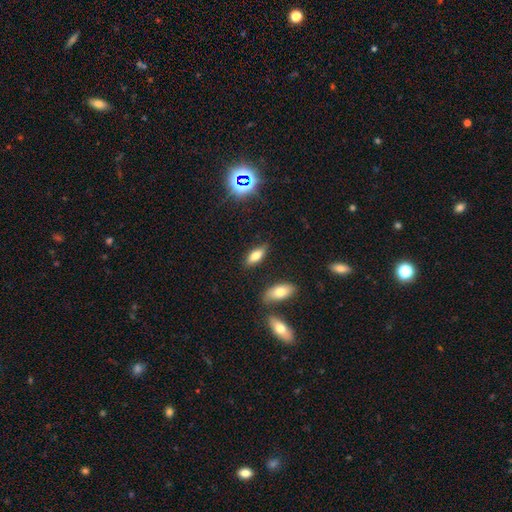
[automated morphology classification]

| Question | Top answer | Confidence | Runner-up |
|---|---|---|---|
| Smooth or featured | smooth | 71% | featured or disk (19%) |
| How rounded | in between | 76% | cigar-shaped (21%) |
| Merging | none | 82% | minor disturbance (12%) |